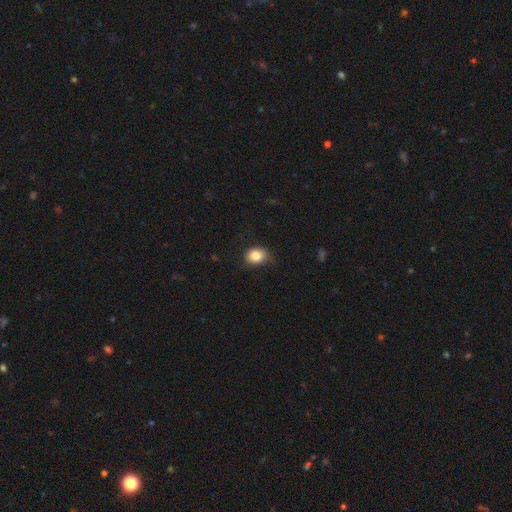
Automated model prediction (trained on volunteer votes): A smooth galaxy with no disk features (86%) that is in between round and cigar-shaped (50%). Merging: none (77%).